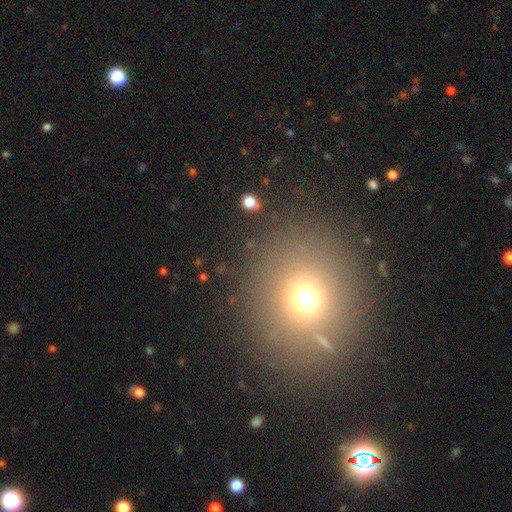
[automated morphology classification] This is likely a smooth galaxy (63%). How rounded: likely round (76%). Merging: clearly none (84%).